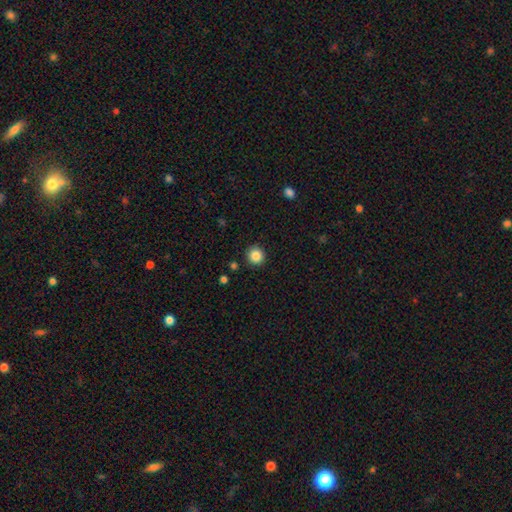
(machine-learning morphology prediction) smooth 86%, star or artifact 10%, featured or disk 4%. Down the decision tree: how rounded — round (93%); merging — none (90%).